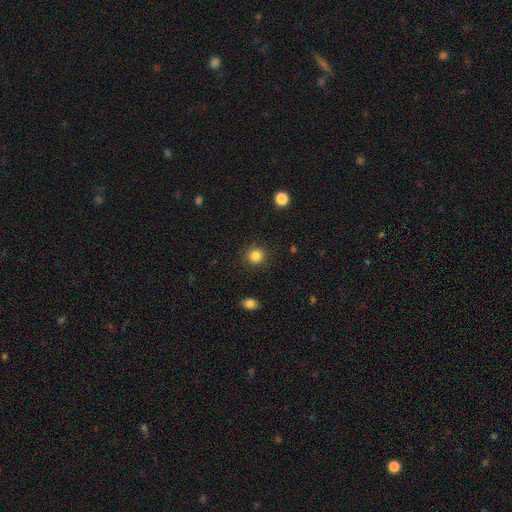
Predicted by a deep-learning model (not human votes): smooth-or-featured: smooth: 85% | star or artifact: 11% | featured or disk: 4%
  how-rounded: round: 92% | in between: 7% | cigar-shaped: 1%
  merging: none: 89% | minor disturbance: 7% | major disturbance: 3% | merger: 1%